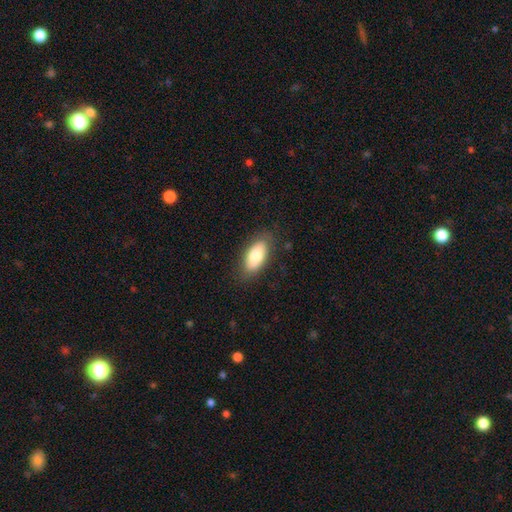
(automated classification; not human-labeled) Smooth or featured? Predicted: smooth (p=0.77). How rounded? Predicted: in between (p=0.91). Merging? Predicted: none (p=0.83).